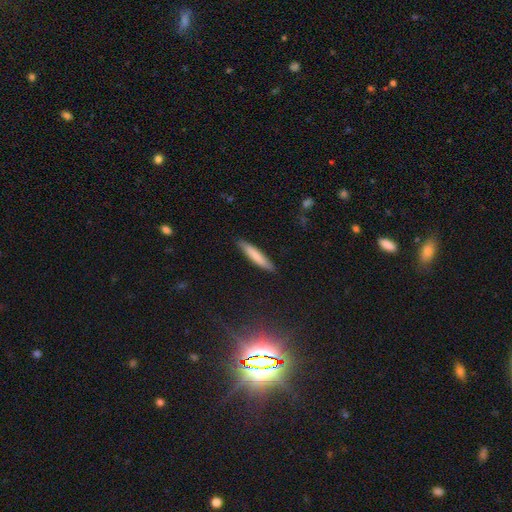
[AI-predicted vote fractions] This is likely a smooth galaxy (74%). How rounded: clearly cigar-shaped (90%). Merging: clearly none (87%).